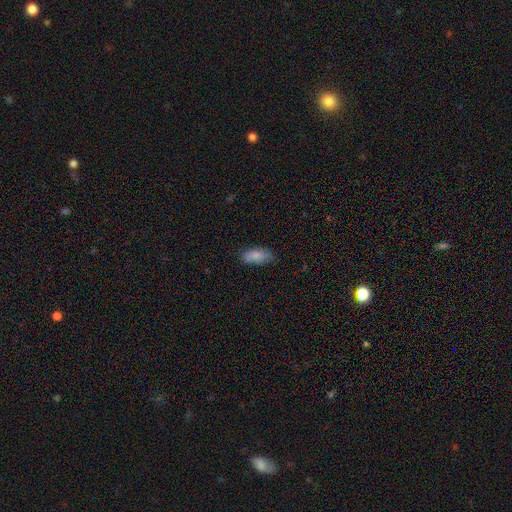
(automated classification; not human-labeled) The model was most divided on "merging": none: 67%, minor disturbance: 26%, major disturbance: 5%, merger: 2%. More confident: how rounded — in between (84%); smooth or featured — smooth (84%).